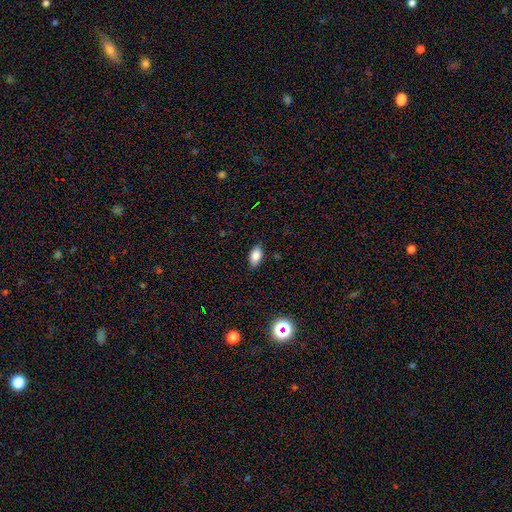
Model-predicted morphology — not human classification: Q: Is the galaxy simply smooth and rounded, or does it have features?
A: smooth — 83%.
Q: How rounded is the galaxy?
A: in between — 90%.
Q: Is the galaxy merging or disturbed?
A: none — 82%.